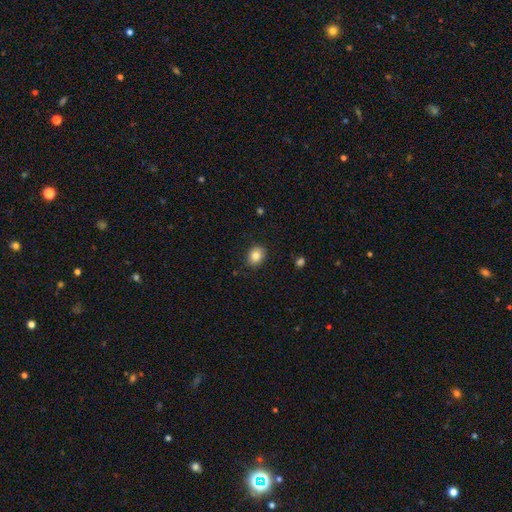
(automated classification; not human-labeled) smooth_or_featured: smooth (p=0.84) [alt: star or artifact p=0.09]
how_rounded: in between (p=0.52) [alt: round p=0.47]
merging: none (p=0.88) [alt: minor disturbance p=0.09]